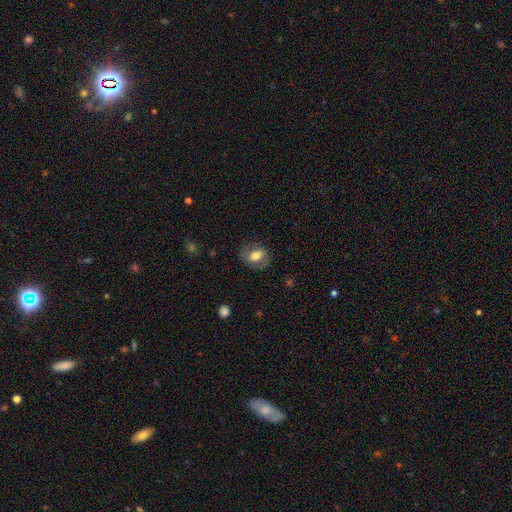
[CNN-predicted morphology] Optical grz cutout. It shows a smooth galaxy with no disk features (66%) that is in between round and cigar-shaped (60%). Merging: none (74%).